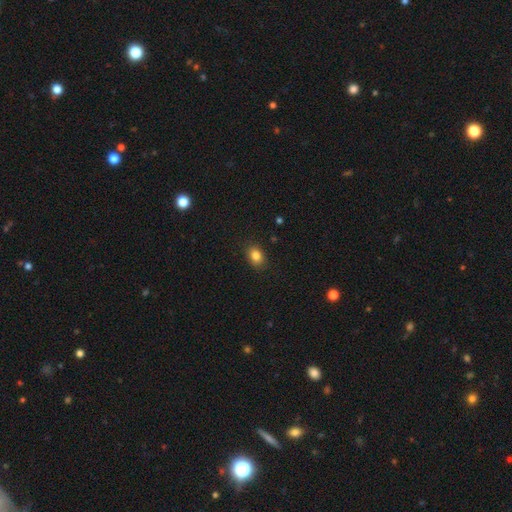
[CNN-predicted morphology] Smooth or featured?
  - smooth: 84% *
  - star or artifact: 10%
  - featured or disk: 6%
How rounded?
  - in between: 64% *
  - round: 35%
  - cigar-shaped: 1%
Merging?
  - none: 87% *
  - minor disturbance: 9%
  - major disturbance: 2%
  - merger: 1%